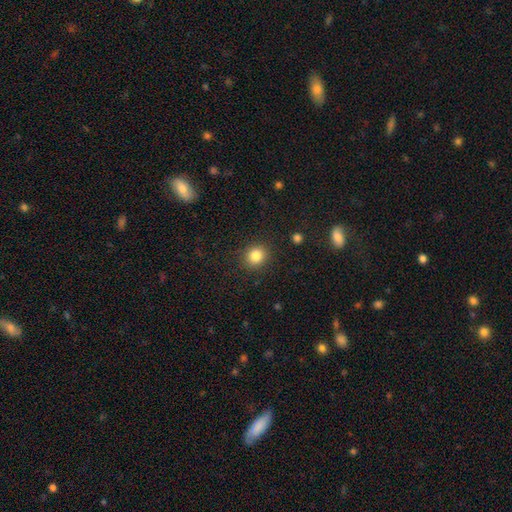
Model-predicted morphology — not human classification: A smooth galaxy with no disk features (84%) that is round (83%). Merging: none (89%).